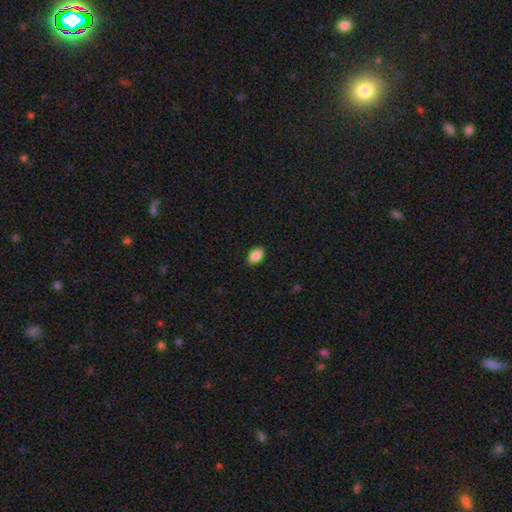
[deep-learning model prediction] Morphology: type=smooth (88%); roundness=in between (92%); merging=none (90%).